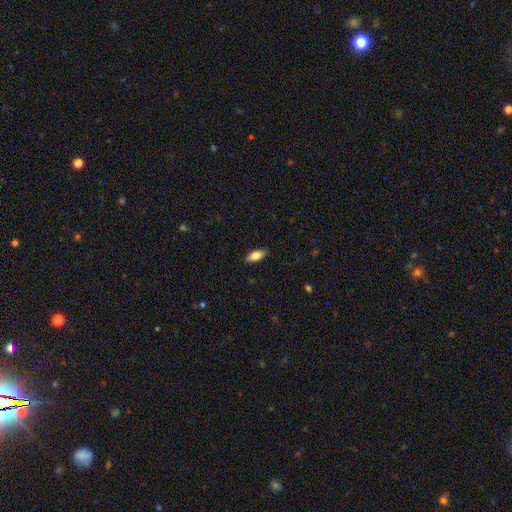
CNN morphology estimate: Overall: smooth (80%). How rounded: in between (81%). Merging: none (89%).